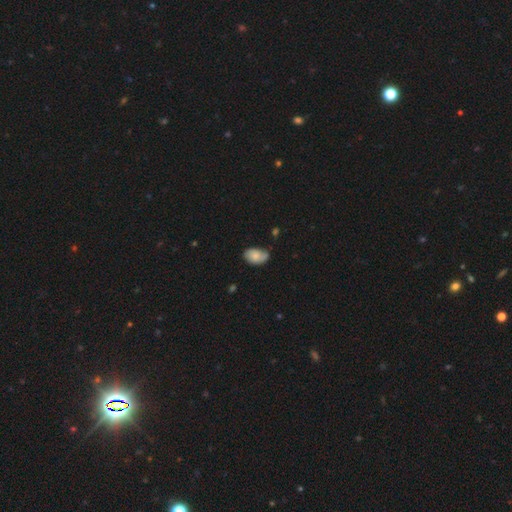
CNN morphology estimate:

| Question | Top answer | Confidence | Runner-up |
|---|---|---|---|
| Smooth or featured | smooth | 74% | featured or disk (19%) |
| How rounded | in between | 89% | round (10%) |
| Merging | none | 52% | minor disturbance (37%) |